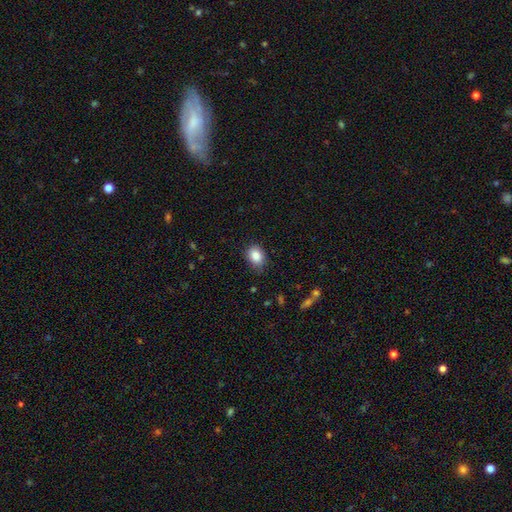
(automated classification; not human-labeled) smooth 84%, star or artifact 9%, featured or disk 6%. Down the decision tree: how rounded — in between (53%); merging — none (78%).